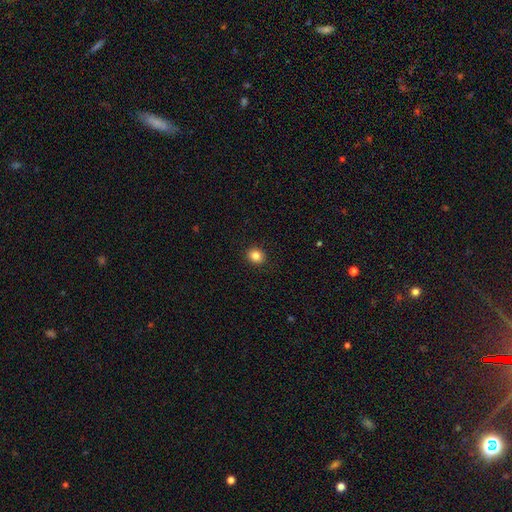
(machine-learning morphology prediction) Smooth or featured?
  - smooth: 84% *
  - star or artifact: 11%
  - featured or disk: 5%
How rounded?
  - round: 75% *
  - in between: 24%
  - cigar-shaped: 1%
Merging?
  - none: 91% *
  - minor disturbance: 7%
  - major disturbance: 2%
  - merger: 1%